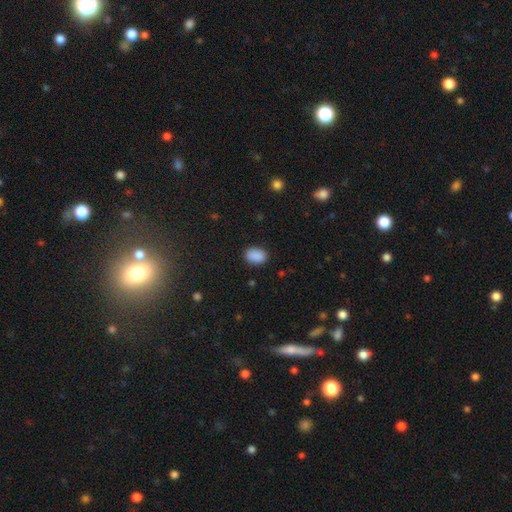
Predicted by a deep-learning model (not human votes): smooth-or-featured: smooth: 89% | star or artifact: 8% | featured or disk: 3%
  how-rounded: in between: 82% | round: 17% | cigar-shaped: 1%
  merging: none: 87% | minor disturbance: 9% | major disturbance: 2% | merger: 1%